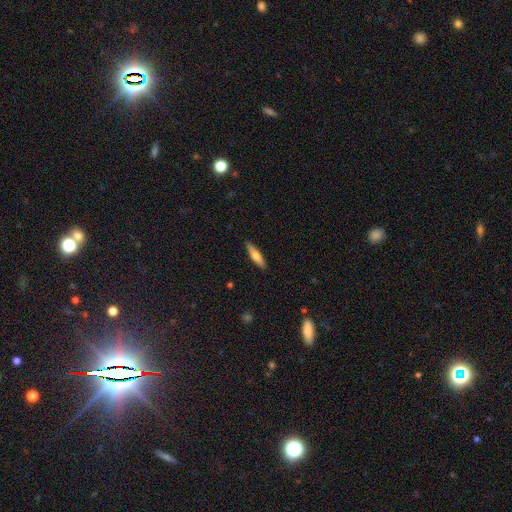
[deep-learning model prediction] A smooth galaxy with no disk features (65%) that is cigar-shaped (78%).

Vote fractions:
- Smooth or featured? smooth: 65% / featured or disk: 29% / star or artifact: 6%
- How rounded? cigar-shaped: 78% / in between: 21% / round: 2%
- Merging? none: 90% / minor disturbance: 8% / major disturbance: 2% / merger: 1%